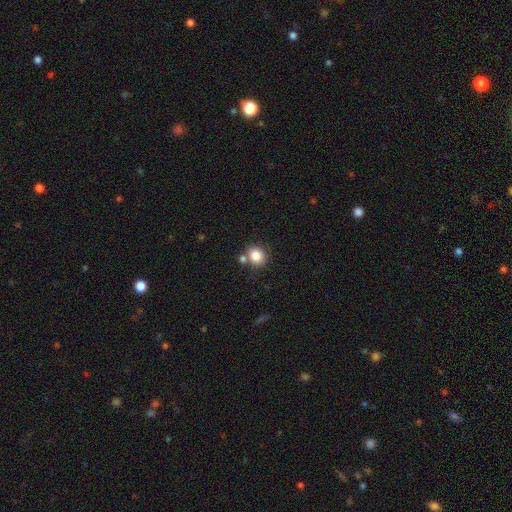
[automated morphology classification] Smooth or featured: smooth — 84% (star or artifact — 10%)
How rounded: round — 79% (in between — 20%)
Merging: none — 68% (merger — 18%)